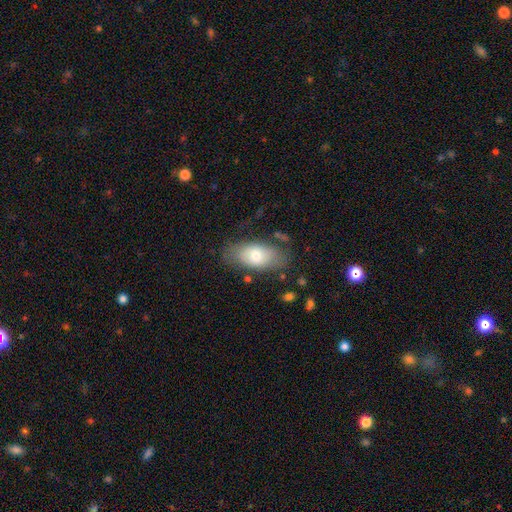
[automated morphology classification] smooth_or_featured: smooth (p=0.71) [alt: featured or disk p=0.23]
how_rounded: in between (p=0.91) [alt: round p=0.04]
merging: none (p=0.69) [alt: minor disturbance p=0.20]